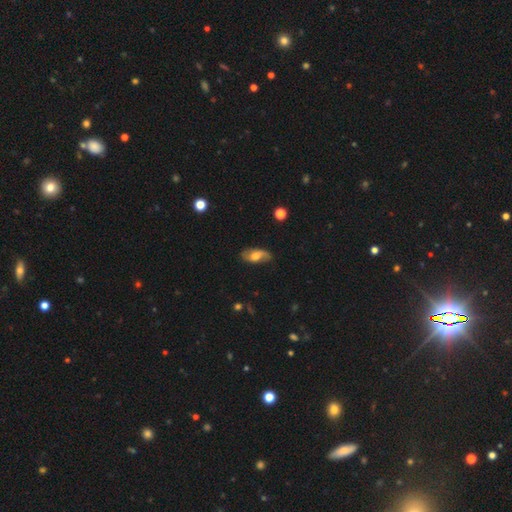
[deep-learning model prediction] smooth_or_featured: featured or disk (p=0.48) [alt: smooth p=0.44]
merging: none (p=0.72) [alt: minor disturbance p=0.21]